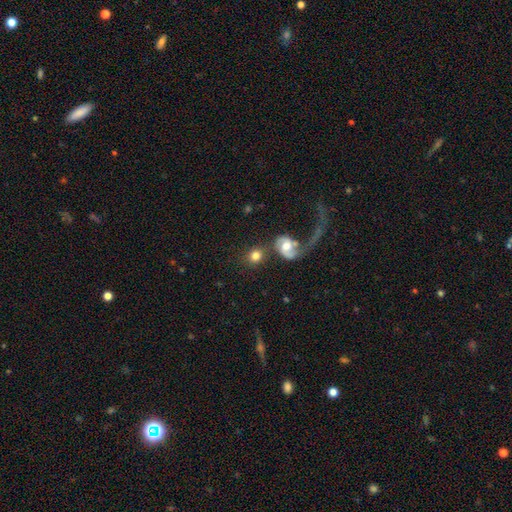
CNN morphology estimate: A smooth galaxy with no disk features (71%) that is round (79%). Merging: none (54%).